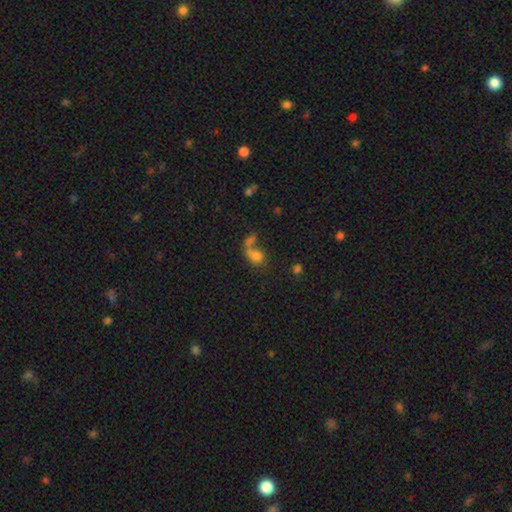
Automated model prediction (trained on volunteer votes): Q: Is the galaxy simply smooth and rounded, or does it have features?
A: smooth — 73%.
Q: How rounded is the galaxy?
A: in between — 49%, tied with round.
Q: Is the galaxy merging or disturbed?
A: merger — 51%.